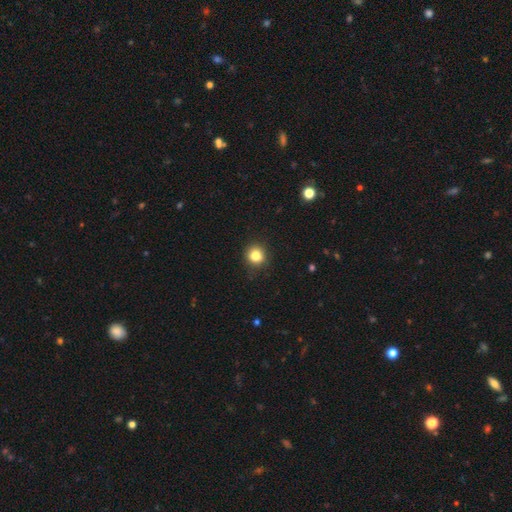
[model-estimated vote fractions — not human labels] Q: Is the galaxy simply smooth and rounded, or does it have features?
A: smooth — 83%.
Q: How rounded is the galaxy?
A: round — 87%.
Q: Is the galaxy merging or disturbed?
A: none — 86%.